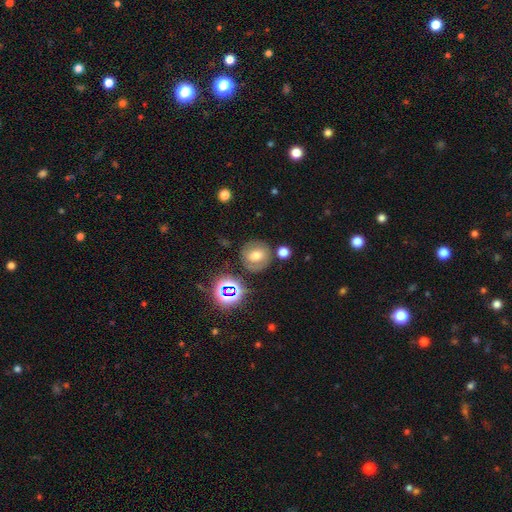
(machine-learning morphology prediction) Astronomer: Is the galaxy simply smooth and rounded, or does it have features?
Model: smooth — 54%.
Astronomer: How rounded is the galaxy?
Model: round — 82%.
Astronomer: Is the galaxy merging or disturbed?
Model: none — 74%.